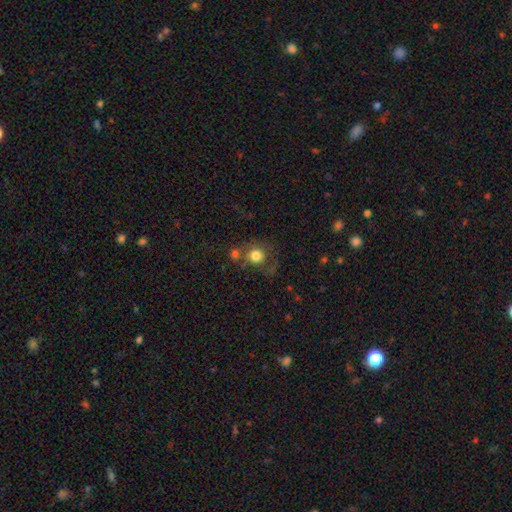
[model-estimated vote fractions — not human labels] Smooth or featured? Predicted: smooth (p=0.76). How rounded? Predicted: round (p=0.85). Merging? Predicted: none (p=0.52).